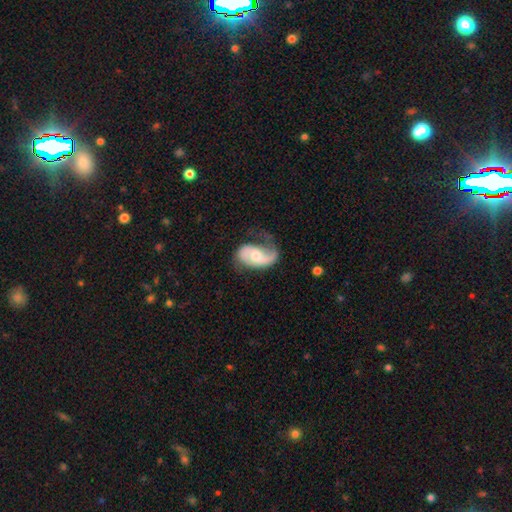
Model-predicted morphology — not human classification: Smooth or featured? featured or disk (76%)
Edge-on disk? no (97%)
Bar? no (53%)
Spiral arms? yes (93%)
Spiral winding? loose (45%)
Spiral arm count? 2 (64%)
Bulge size? moderate (59%)
Merging? none (43%)